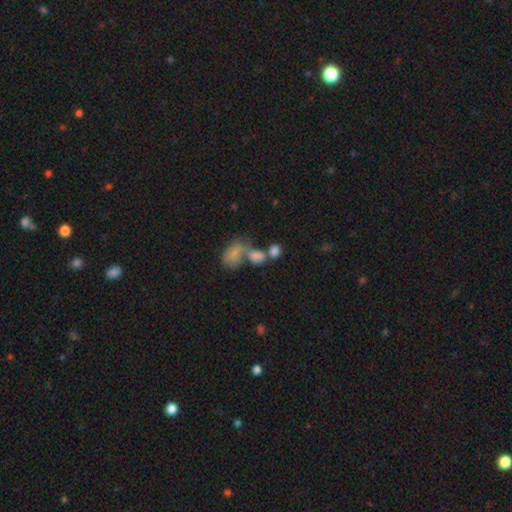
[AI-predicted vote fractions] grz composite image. It shows a smooth galaxy with no disk features (62%) that is in between round and cigar-shaped (51%). Merging: merger (49%).